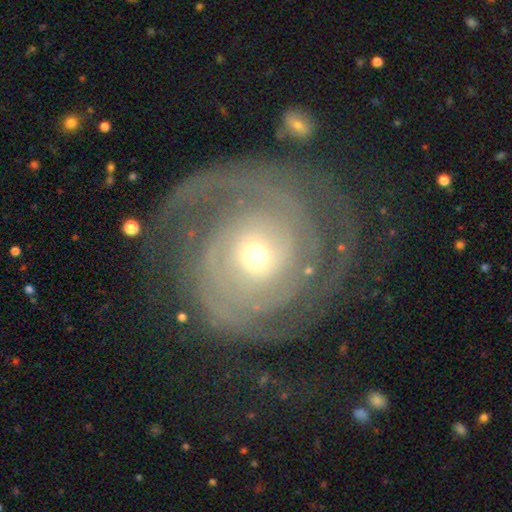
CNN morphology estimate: A featured or disk galaxy (90%) with no bar (74%), 2 (56%) tight (73%) spiral arms (97%) and a small central bulge (49%).

Vote fractions:
- Smooth or featured? featured or disk: 90% / smooth: 5% / star or artifact: 5%
- Edge-on disk? no: 98% / yes: 2%
- Bar? no: 74% / weak: 19% / strong: 8%
- Spiral arms? yes: 97% / no: 3%
- Spiral winding? tight: 73% / medium: 21% / loose: 6%
- Spiral arm count? 2: 56% / can't tell: 14% / 3: 12% / 4: 6% / 1: 6% / more than 4: 6%
- Bulge size? small: 49% / moderate: 45% / large: 3% / dominant: 1% / none: 1%
- Merging? none: 73% / minor disturbance: 14% / major disturbance: 11% / merger: 2%